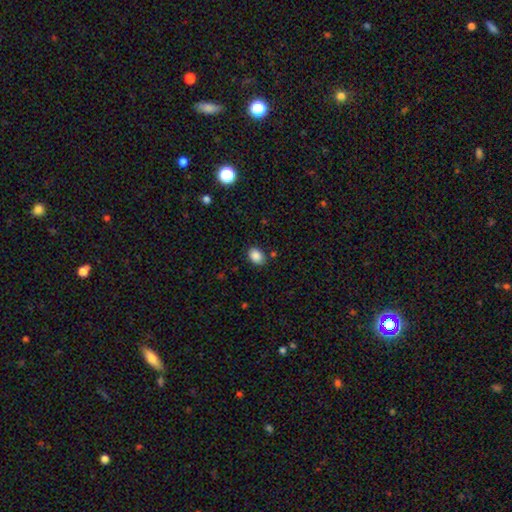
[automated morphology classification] Smooth or featured?
  - smooth: 87% *
  - star or artifact: 9%
  - featured or disk: 4%
How rounded?
  - in between: 71% *
  - round: 28%
  - cigar-shaped: 1%
Merging?
  - none: 81% *
  - minor disturbance: 13%
  - merger: 3%
  - major disturbance: 3%